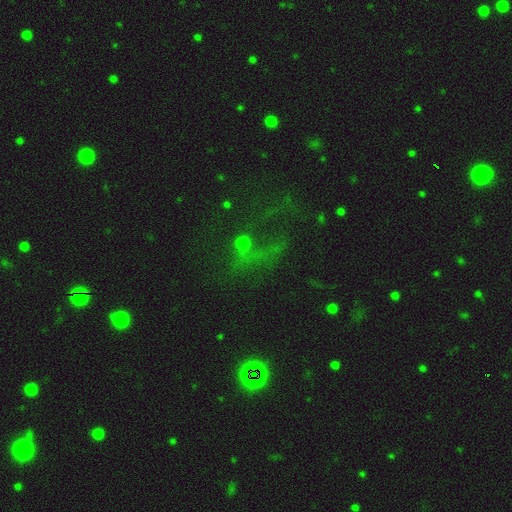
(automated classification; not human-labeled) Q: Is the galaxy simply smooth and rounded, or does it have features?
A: star or artifact — 56%.